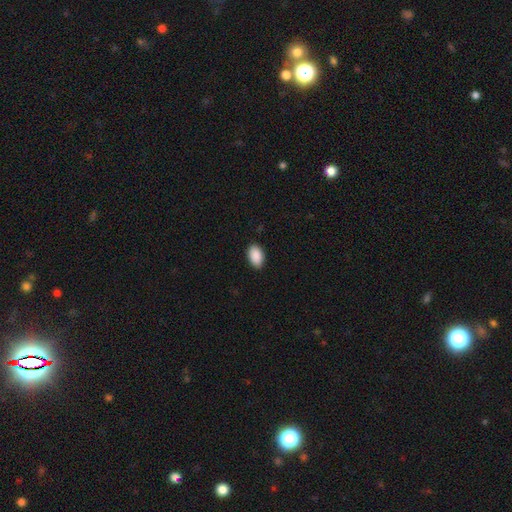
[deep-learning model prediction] This is clearly a smooth galaxy (91%). How rounded: clearly in between (93%). Merging: clearly none (88%).